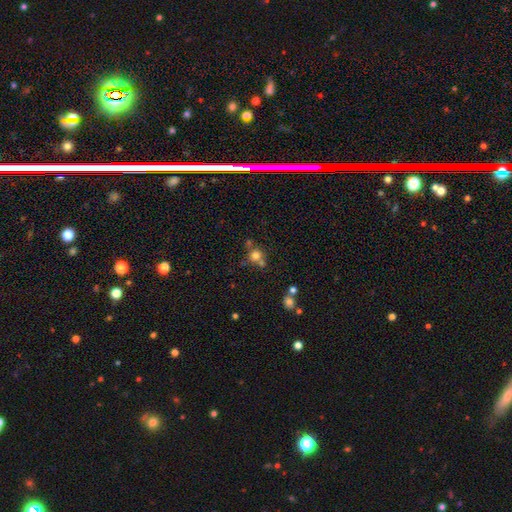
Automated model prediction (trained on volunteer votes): Overall: smooth (74%). How rounded: round (89%). Merging: none (58%; merger 28%).